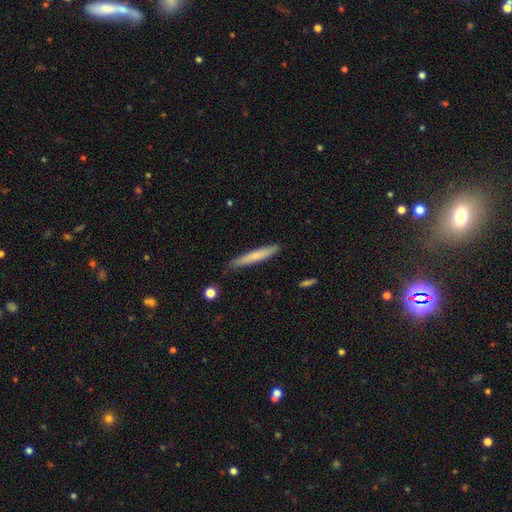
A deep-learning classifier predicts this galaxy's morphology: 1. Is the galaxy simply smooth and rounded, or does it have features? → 67% smooth, 27% featured or disk, 6% star or artifact.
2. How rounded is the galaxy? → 95% cigar-shaped, 4% in between, 1% round.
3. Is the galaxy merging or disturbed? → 85% none, 12% minor disturbance, 2% major disturbance, 2% merger.